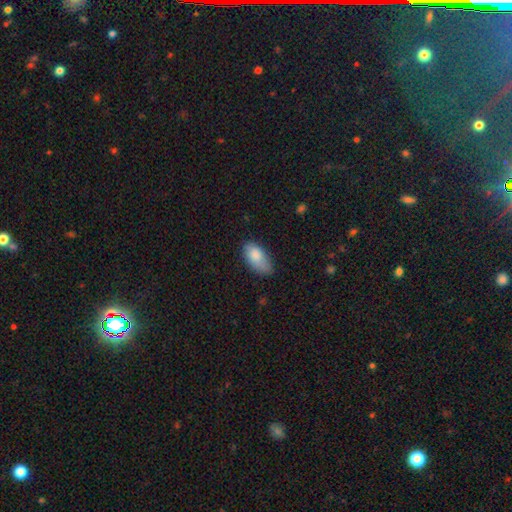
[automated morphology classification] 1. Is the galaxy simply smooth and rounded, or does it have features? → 84% smooth, 9% featured or disk, 7% star or artifact.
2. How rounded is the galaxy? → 93% in between, 4% cigar-shaped, 3% round.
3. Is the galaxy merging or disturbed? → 62% none, 30% minor disturbance, 6% major disturbance, 2% merger.